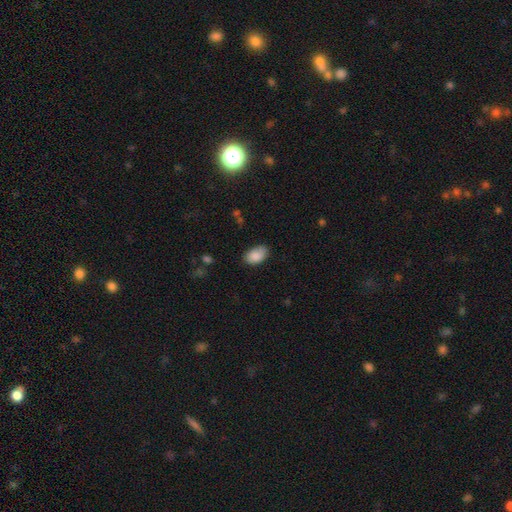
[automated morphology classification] smooth_or_featured: smooth (p=0.88) [alt: star or artifact p=0.07]
how_rounded: in between (p=0.92) [alt: round p=0.07]
merging: none (p=0.78) [alt: minor disturbance p=0.18]